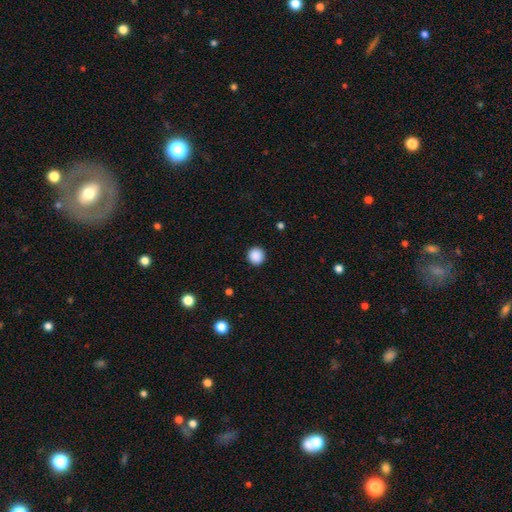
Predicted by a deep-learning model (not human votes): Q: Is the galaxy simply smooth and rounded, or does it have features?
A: smooth — 89%.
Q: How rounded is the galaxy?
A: round — 94%.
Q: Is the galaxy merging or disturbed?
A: none — 92%.